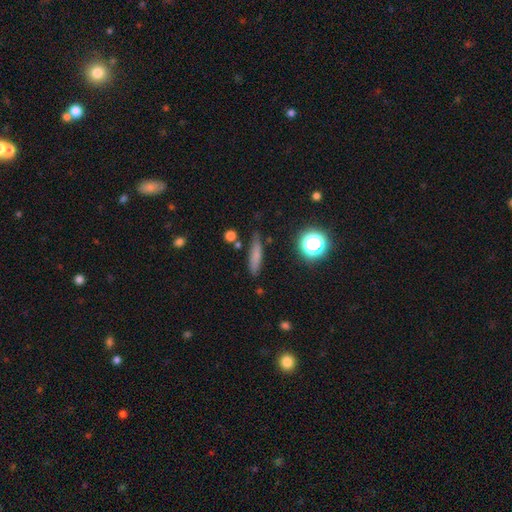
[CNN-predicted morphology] A smooth galaxy with no disk features (72%) that is cigar-shaped (77%). Merging: none (80%).